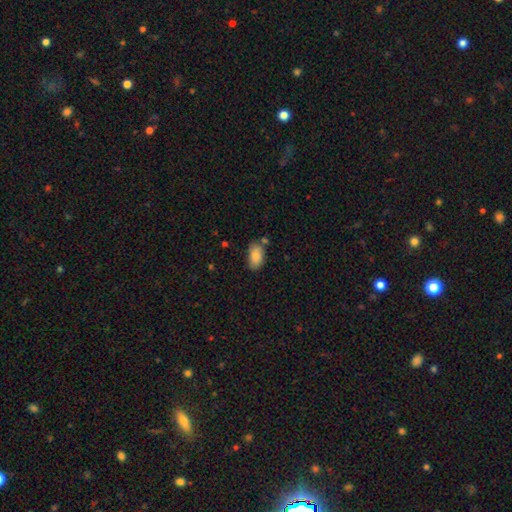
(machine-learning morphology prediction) This is clearly a smooth galaxy (85%). How rounded: clearly in between (93%). Merging: likely none (69%).